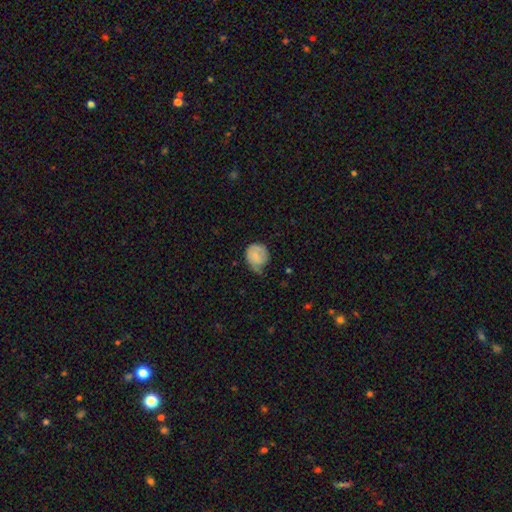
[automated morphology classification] A smooth galaxy with no disk features (71%) that is round (72%). Merging: minor disturbance (47%).